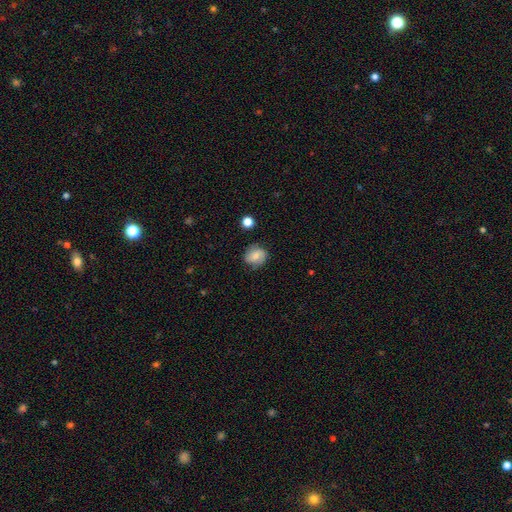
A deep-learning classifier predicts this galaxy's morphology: smooth_or_featured: smooth (p=0.58) [alt: featured or disk p=0.33]
how_rounded: round (p=0.70) [alt: in between p=0.29]
merging: none (p=0.74) [alt: minor disturbance p=0.19]